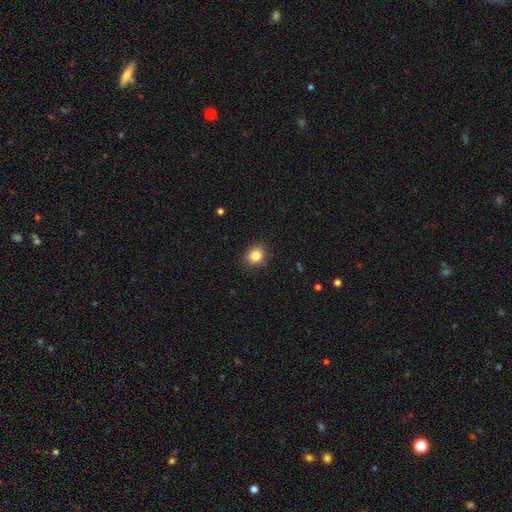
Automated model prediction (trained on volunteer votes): Smooth or featured? Predicted: smooth (p=0.84). How rounded? Predicted: round (p=0.75). Merging? Predicted: none (p=0.88).